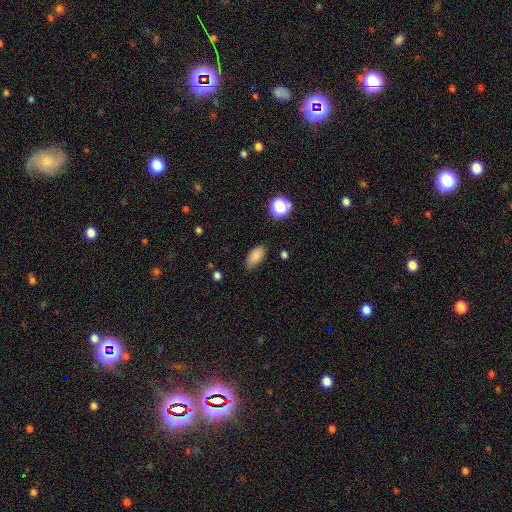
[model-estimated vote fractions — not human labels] Smooth or featured? Predicted: smooth (p=0.83). How rounded? Predicted: in between (p=0.90). Merging? Predicted: none (p=0.78).